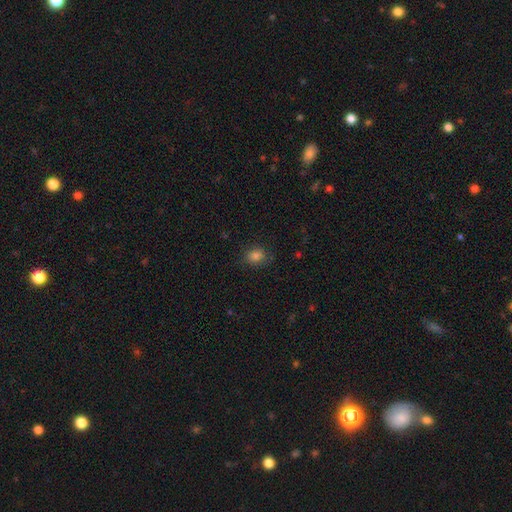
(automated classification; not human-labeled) smooth_or_featured: smooth (p=0.80) [alt: star or artifact p=0.12]
how_rounded: round (p=0.64) [alt: in between p=0.35]
merging: none (p=0.79) [alt: minor disturbance p=0.15]